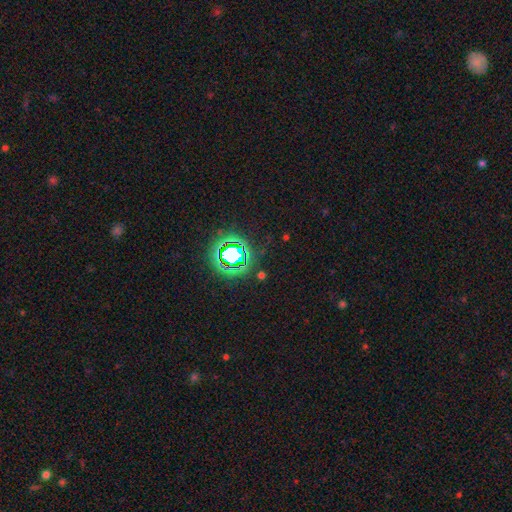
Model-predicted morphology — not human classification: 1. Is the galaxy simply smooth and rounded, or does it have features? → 78% star or artifact, 14% smooth, 8% featured or disk.